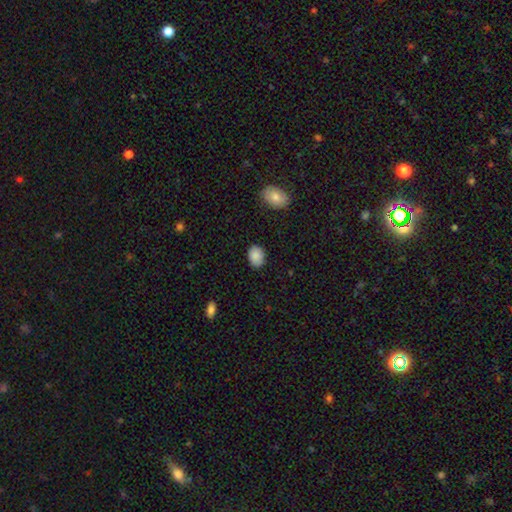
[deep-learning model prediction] A smooth galaxy with no disk features (88%) that is in between round and cigar-shaped (72%). Merging: none (84%).